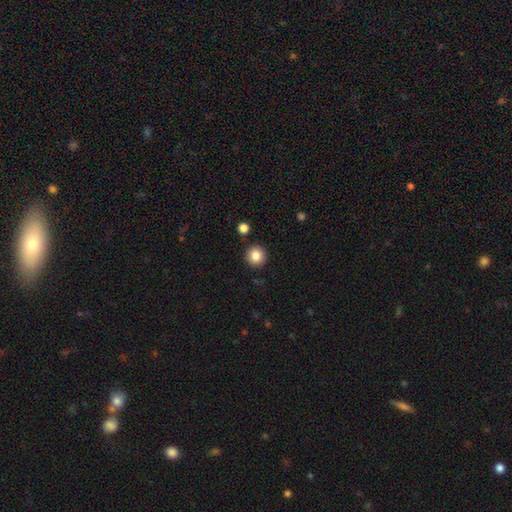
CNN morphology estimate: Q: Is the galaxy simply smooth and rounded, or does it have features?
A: smooth — 86%.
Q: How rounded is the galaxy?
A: round — 95%.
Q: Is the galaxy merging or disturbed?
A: none — 91%.